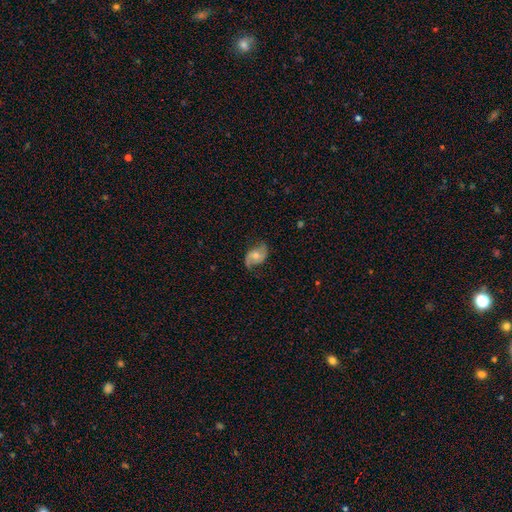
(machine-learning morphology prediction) This is likely a featured or disk galaxy (65%). It is clearly not viewed edge-on (96%). Bar: likely no (60%). Spiral arm pattern: clearly yes (89%). Spiral arm count: clearly 2 (84%). Spiral winding: possibly loose (52%). Central bulge: possibly moderate (55%). Merging: likely none (63%).